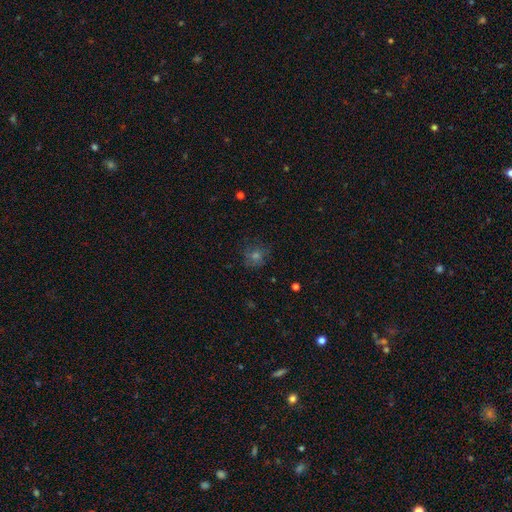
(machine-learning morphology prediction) The model was most divided on "smooth or featured": smooth: 53%, star or artifact: 29%, featured or disk: 18%. More confident: how rounded — round (86%); merging — none (77%).